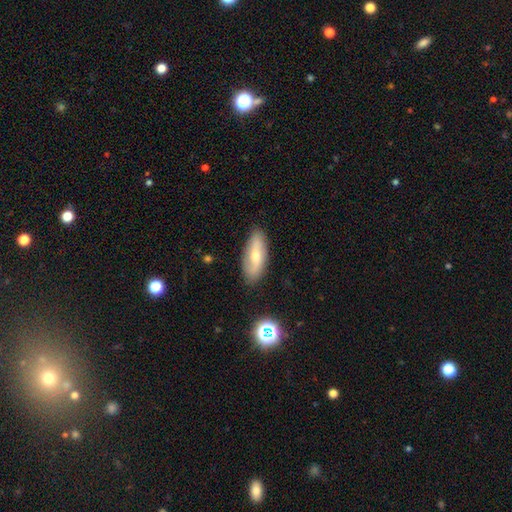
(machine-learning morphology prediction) This appears to be a smooth galaxy with no disk features (52%) that is in between round and cigar-shaped (72%). Merging: none (84%).